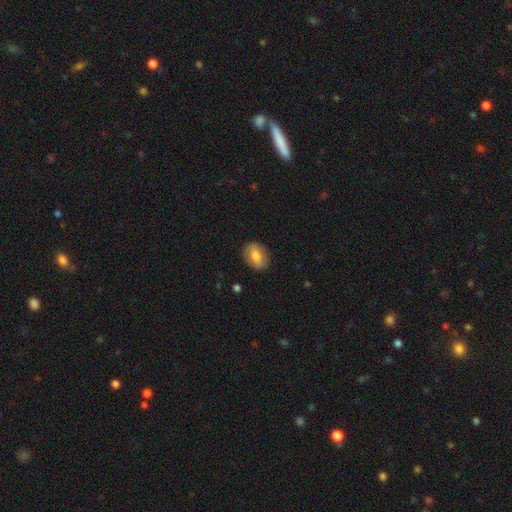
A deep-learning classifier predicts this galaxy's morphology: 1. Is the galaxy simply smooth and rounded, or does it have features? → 70% smooth, 23% featured or disk, 7% star or artifact.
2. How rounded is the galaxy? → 73% in between, 25% round, 2% cigar-shaped.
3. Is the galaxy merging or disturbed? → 84% none, 12% minor disturbance, 3% major disturbance, 1% merger.